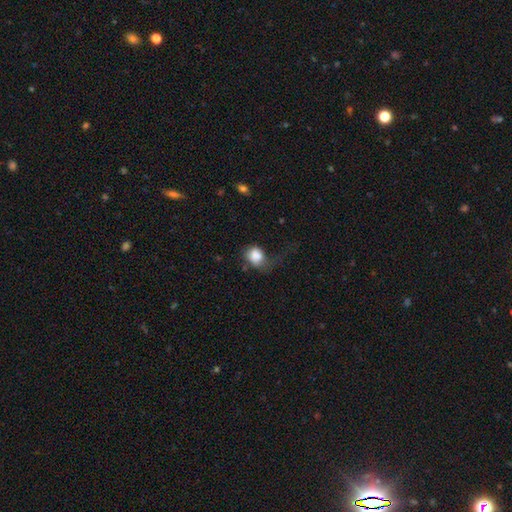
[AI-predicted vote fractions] smooth_or_featured: smooth (p=0.79) [alt: featured or disk p=0.12]
how_rounded: round (p=0.52) [alt: in between p=0.47]
merging: major disturbance (p=0.45) [alt: minor disturbance p=0.25]